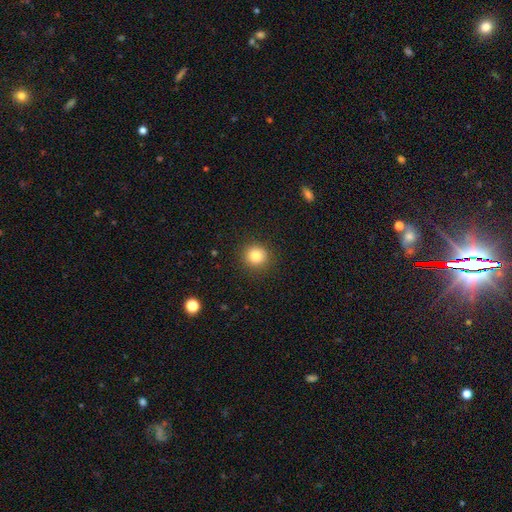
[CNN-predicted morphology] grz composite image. It shows a smooth galaxy with no disk features (83%) that is round (91%). Merging: none (90%).